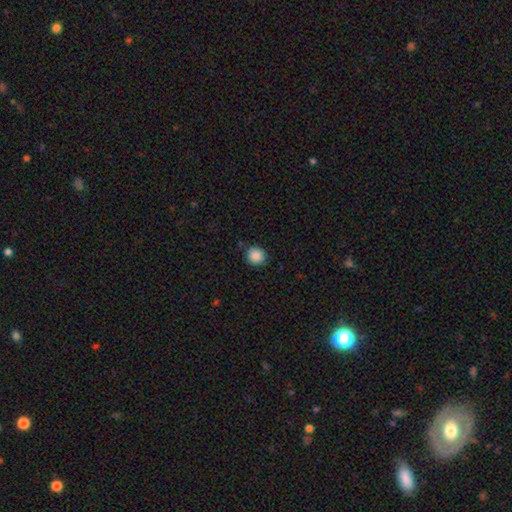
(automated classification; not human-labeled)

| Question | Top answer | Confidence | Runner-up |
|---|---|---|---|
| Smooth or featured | smooth | 87% | star or artifact (9%) |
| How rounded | round | 86% | in between (13%) |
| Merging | none | 87% | minor disturbance (9%) |